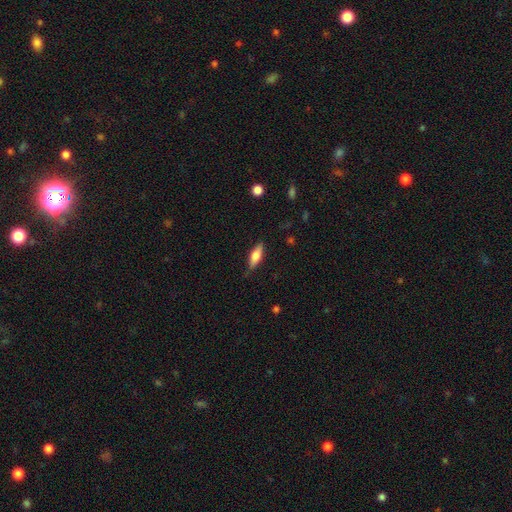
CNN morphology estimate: type=smooth (65%); roundness=in between (60%); merging=none (81%).